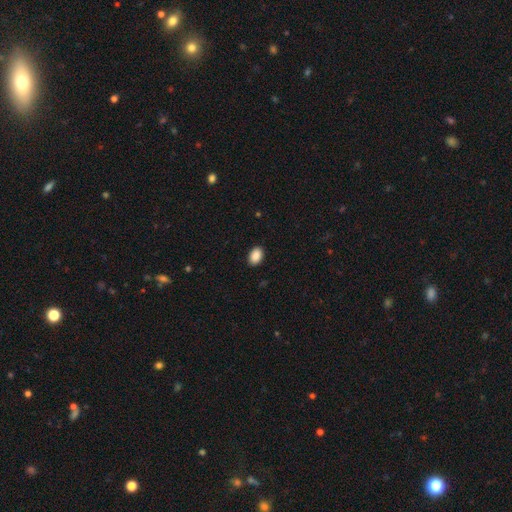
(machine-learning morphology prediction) A smooth galaxy with no disk features (90%) that is in between round and cigar-shaped (85%). Merging: none (90%).